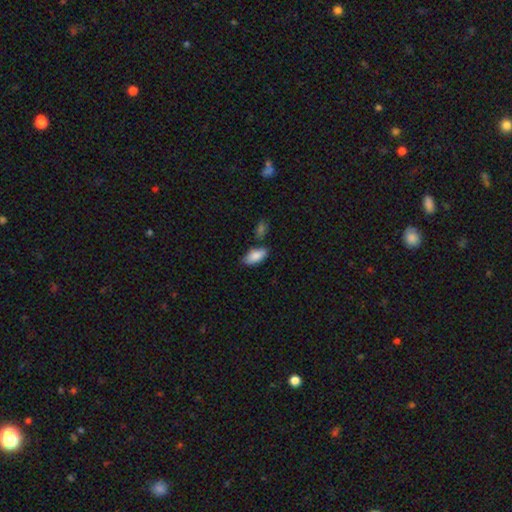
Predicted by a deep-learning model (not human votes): Q: Smooth or featured?
A: smooth (85%); runner-up: featured or disk (9%)
Q: How rounded?
A: in between (89%); runner-up: cigar-shaped (9%)
Q: Merging?
A: none (69%); runner-up: minor disturbance (19%)